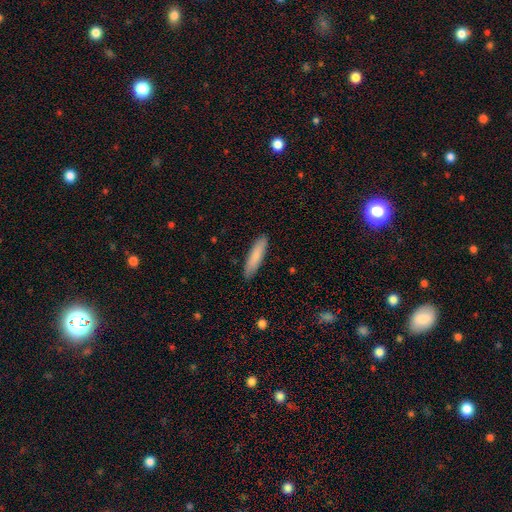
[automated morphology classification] Smooth or featured? smooth (82%)
How rounded? cigar-shaped (80%)
Merging? none (89%)